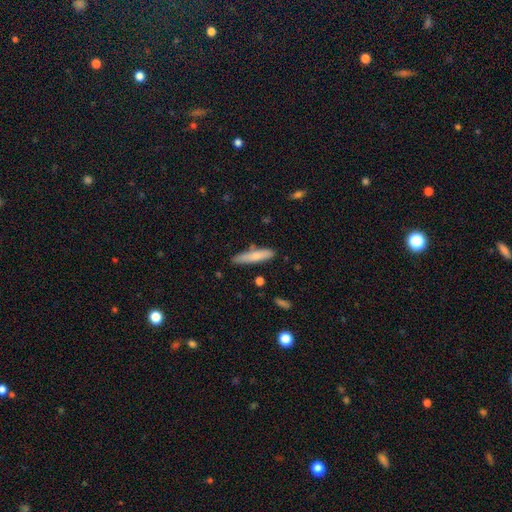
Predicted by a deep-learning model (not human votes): Smooth or featured? Predicted: smooth (p=0.75). How rounded? Predicted: cigar-shaped (p=0.83). Merging? Predicted: none (p=0.78).